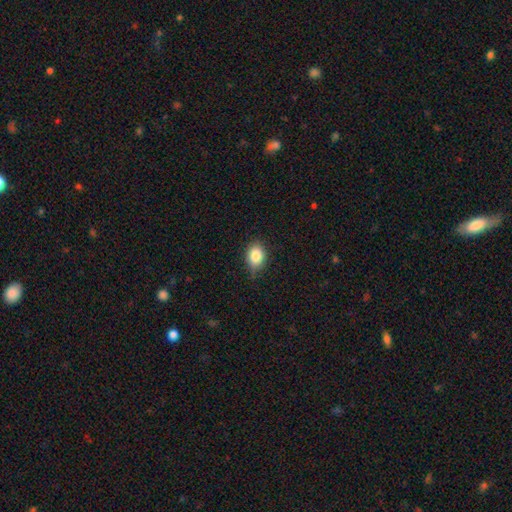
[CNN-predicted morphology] A smooth galaxy with no disk features (85%) that is in between round and cigar-shaped (63%).

Vote fractions:
- Smooth or featured? smooth: 85% / star or artifact: 9% / featured or disk: 6%
- How rounded? in between: 63% / round: 36% / cigar-shaped: 1%
- Merging? none: 73% / minor disturbance: 23% / major disturbance: 3% / merger: 1%